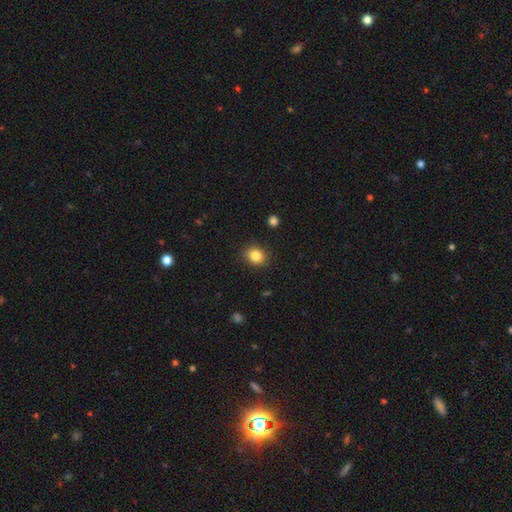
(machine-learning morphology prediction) type=smooth (84%); roundness=round (69%); merging=none (88%).